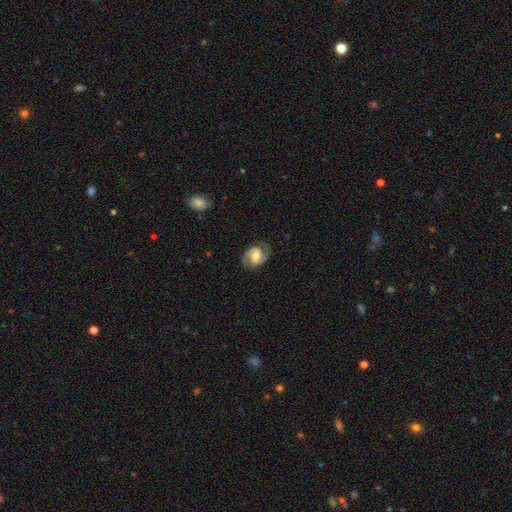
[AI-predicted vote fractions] This is likely a featured or disk galaxy (79%). It is clearly not viewed edge-on (98%). Bar: possibly weak (47%). Spiral arm pattern: clearly yes (95%). Spiral arm count: clearly 2 (91%). Spiral winding: possibly medium (51%). Central bulge: possibly moderate (57%). Merging: clearly none (81%).